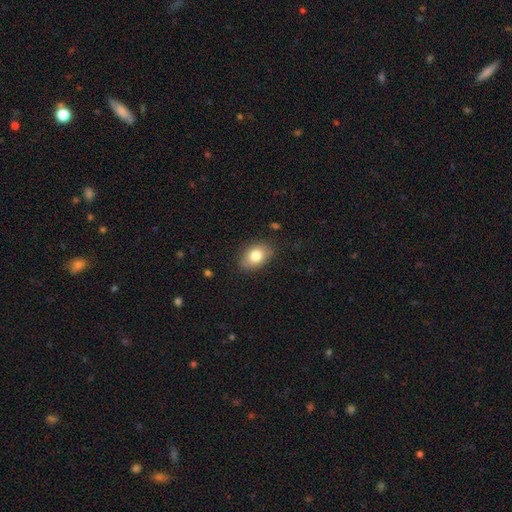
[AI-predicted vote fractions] This is likely a smooth galaxy (80%). How rounded: clearly in between (80%). Merging: clearly none (82%).